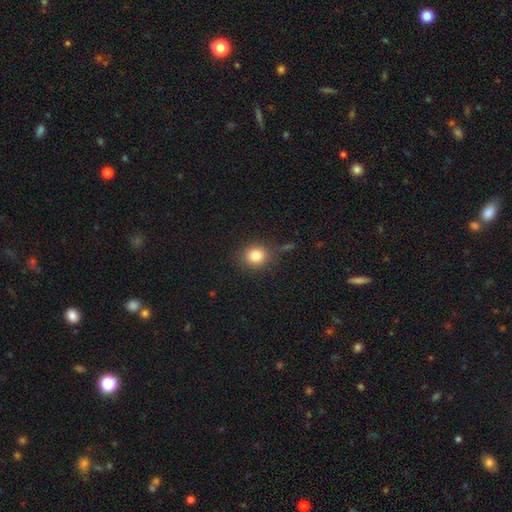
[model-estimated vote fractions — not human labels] smooth 82%, star or artifact 11%, featured or disk 7%. Down the decision tree: how rounded — round (78%); merging — none (81%).